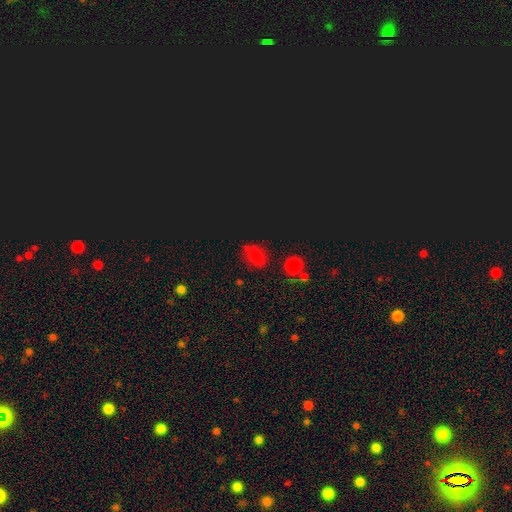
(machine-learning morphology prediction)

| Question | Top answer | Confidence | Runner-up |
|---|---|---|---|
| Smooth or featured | smooth | 60% | star or artifact (28%) |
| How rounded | in between | 66% | round (30%) |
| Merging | none | 68% | minor disturbance (20%) |